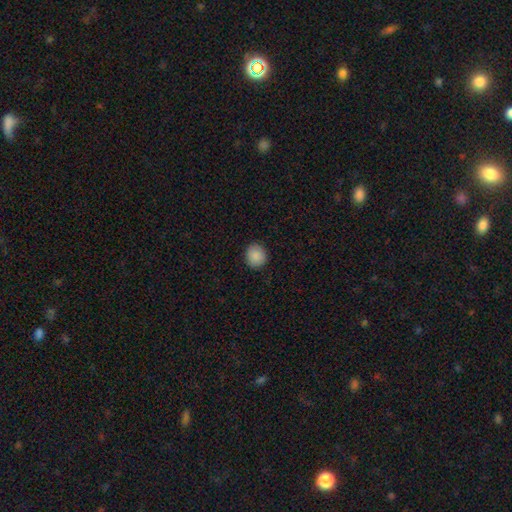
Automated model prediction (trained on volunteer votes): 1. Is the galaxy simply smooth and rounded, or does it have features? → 89% smooth, 8% star or artifact, 3% featured or disk.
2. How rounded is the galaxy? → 85% round, 14% in between, 1% cigar-shaped.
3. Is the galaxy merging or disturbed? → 90% none, 7% minor disturbance, 2% major disturbance, 1% merger.